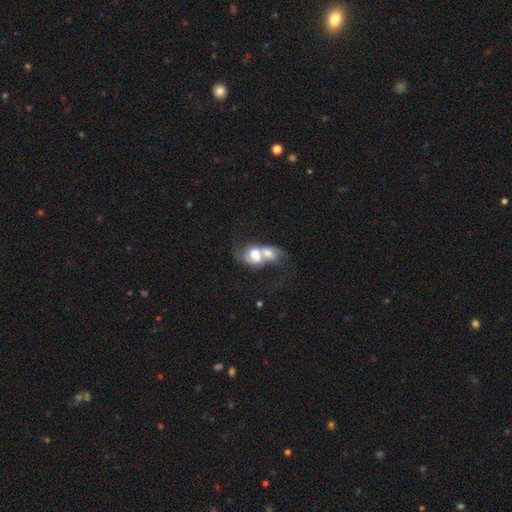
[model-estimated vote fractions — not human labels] Morphology: type=featured or disk (47%); merging=merger (81%).